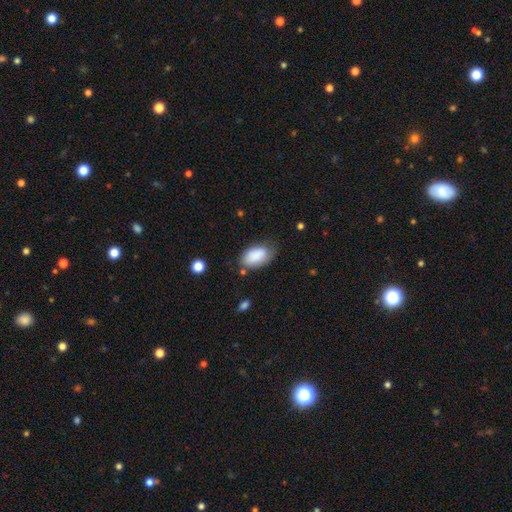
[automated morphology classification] Q: Smooth or featured?
A: smooth (87%); runner-up: star or artifact (7%)
Q: How rounded?
A: in between (94%); runner-up: round (5%)
Q: Merging?
A: none (70%); runner-up: minor disturbance (22%)